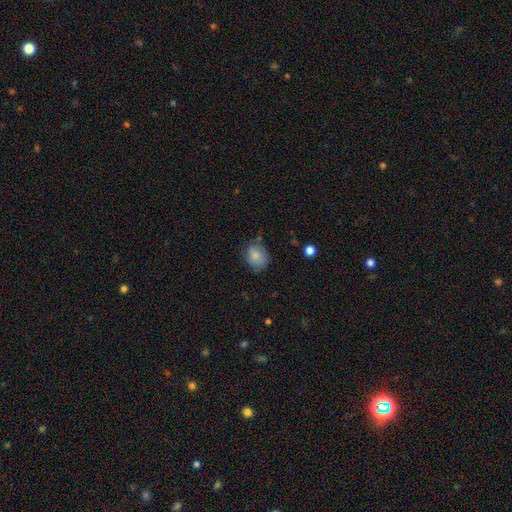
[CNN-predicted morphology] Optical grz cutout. It shows a smooth galaxy with no disk features (80%) that is round (52%). Merging: none (66%).